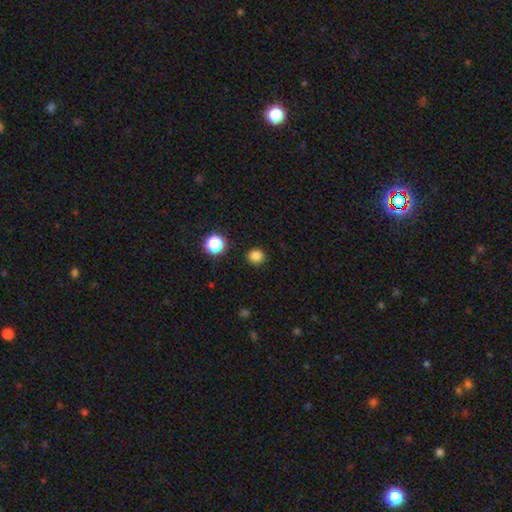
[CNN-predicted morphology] The model was most divided on "smooth or featured": smooth: 83%, star or artifact: 14%, featured or disk: 4%. More confident: merging — none (90%); how rounded — round (89%).